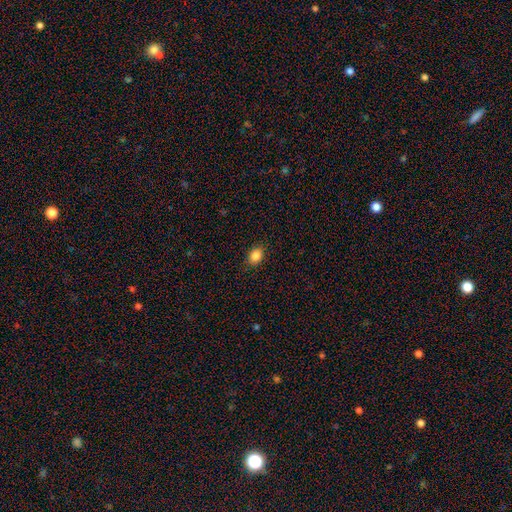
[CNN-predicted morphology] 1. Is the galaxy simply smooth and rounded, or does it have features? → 86% smooth, 10% star or artifact, 4% featured or disk.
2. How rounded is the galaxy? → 61% in between, 38% round, 1% cigar-shaped.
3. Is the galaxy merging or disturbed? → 89% none, 8% minor disturbance, 2% major disturbance, 1% merger.